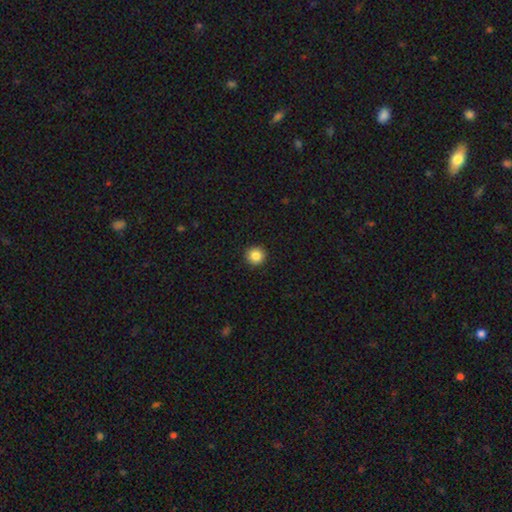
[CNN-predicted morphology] smooth_or_featured: smooth (p=0.85) [alt: star or artifact p=0.10]
how_rounded: round (p=0.95) [alt: in between p=0.04]
merging: none (p=0.93) [alt: minor disturbance p=0.05]